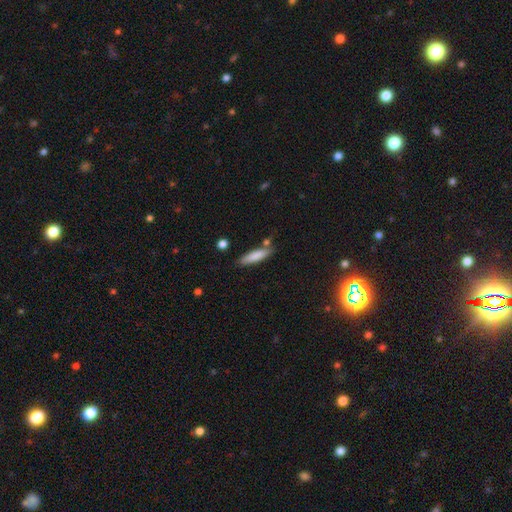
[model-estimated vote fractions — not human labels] A smooth galaxy with no disk features (81%) that is cigar-shaped (76%). Merging: none (76%).